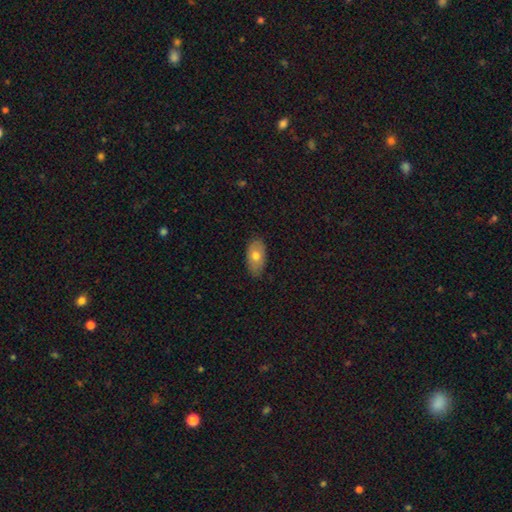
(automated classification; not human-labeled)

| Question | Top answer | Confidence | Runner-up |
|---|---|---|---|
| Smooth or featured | smooth | 69% | featured or disk (24%) |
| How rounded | in between | 92% | round (6%) |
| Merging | none | 81% | minor disturbance (16%) |